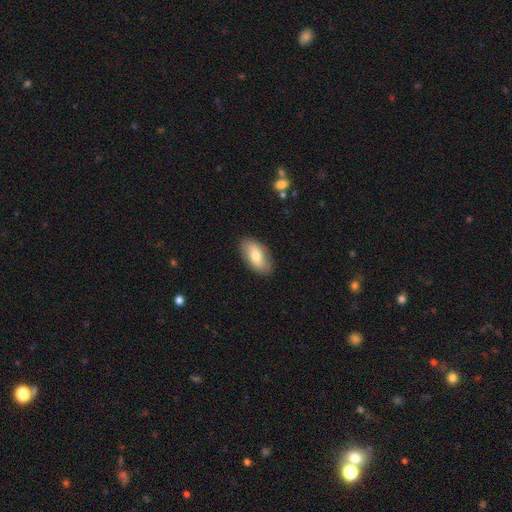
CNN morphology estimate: smooth-or-featured: smooth: 72% | featured or disk: 22% | star or artifact: 6%
  how-rounded: in between: 93% | cigar-shaped: 4% | round: 3%
  merging: none: 86% | minor disturbance: 10% | major disturbance: 2% | merger: 1%